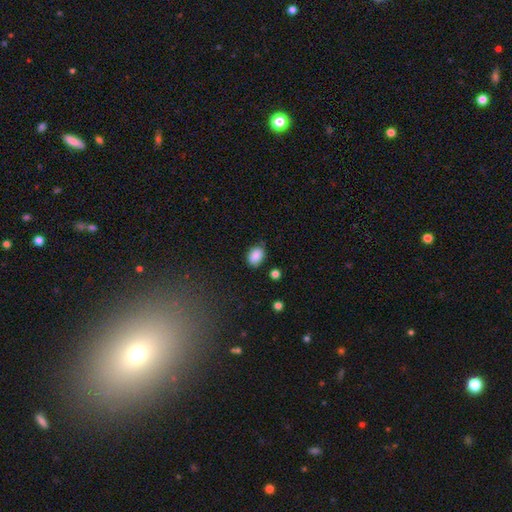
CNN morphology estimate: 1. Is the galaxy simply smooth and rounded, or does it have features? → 88% smooth, 8% star or artifact, 4% featured or disk.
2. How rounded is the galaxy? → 77% in between, 22% round, 1% cigar-shaped.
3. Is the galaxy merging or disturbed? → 73% none, 20% minor disturbance, 4% major disturbance, 3% merger.